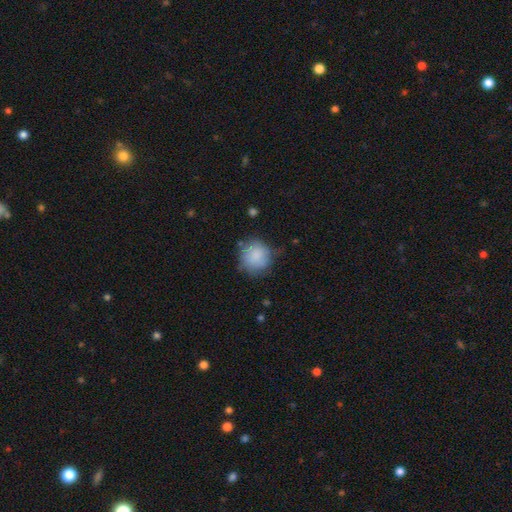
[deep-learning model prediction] Smooth or featured?
  - smooth: 81% *
  - featured or disk: 12%
  - star or artifact: 7%
How rounded?
  - round: 87% *
  - in between: 12%
  - cigar-shaped: 1%
Merging?
  - none: 61% *
  - minor disturbance: 27%
  - major disturbance: 9%
  - merger: 3%